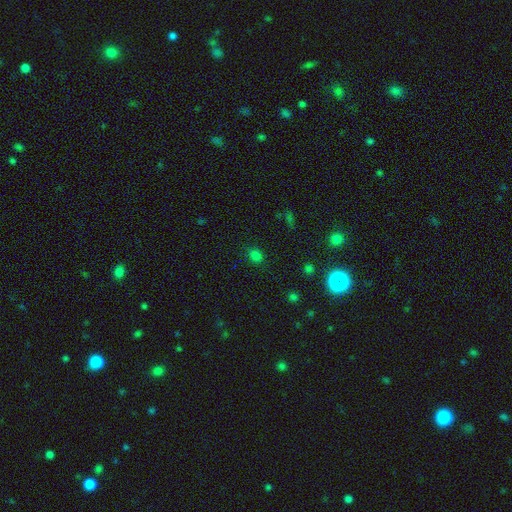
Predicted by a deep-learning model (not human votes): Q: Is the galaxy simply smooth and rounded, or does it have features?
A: smooth — 71%.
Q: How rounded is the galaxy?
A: in between — 58%.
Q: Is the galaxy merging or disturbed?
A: none — 80%.